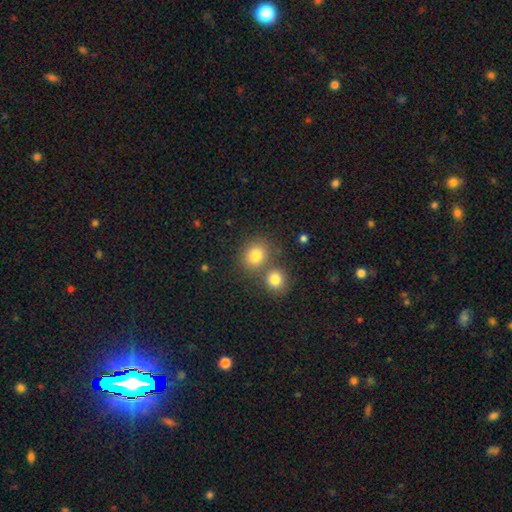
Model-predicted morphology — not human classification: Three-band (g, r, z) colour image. It shows a smooth galaxy with no disk features (80%) that is round (75%). Merging: none (61%).